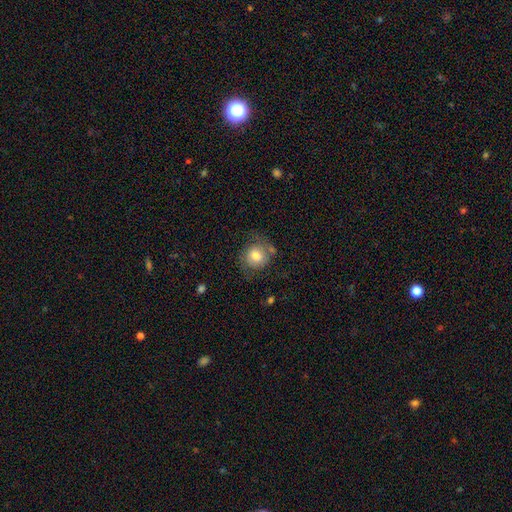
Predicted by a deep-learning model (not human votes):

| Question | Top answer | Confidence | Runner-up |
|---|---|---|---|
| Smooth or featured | smooth | 65% | featured or disk (27%) |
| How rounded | round | 79% | in between (20%) |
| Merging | none | 63% | minor disturbance (22%) |